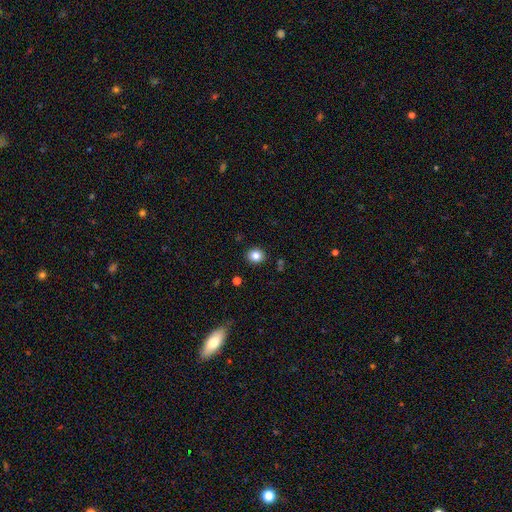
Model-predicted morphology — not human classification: type=smooth (83%); roundness=round (81%); merging=none (91%).